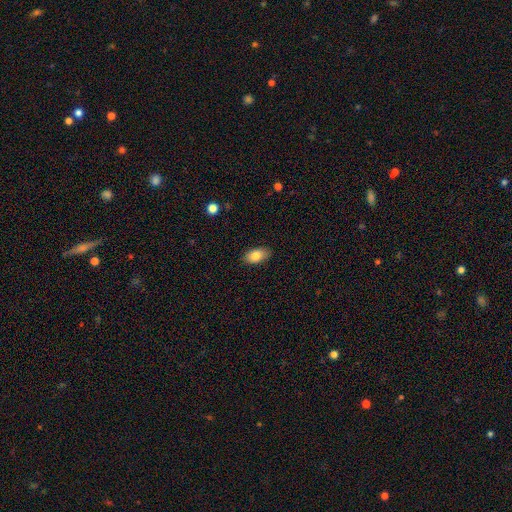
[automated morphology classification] Overall: smooth (84%). How rounded: in between (92%). Merging: none (86%).